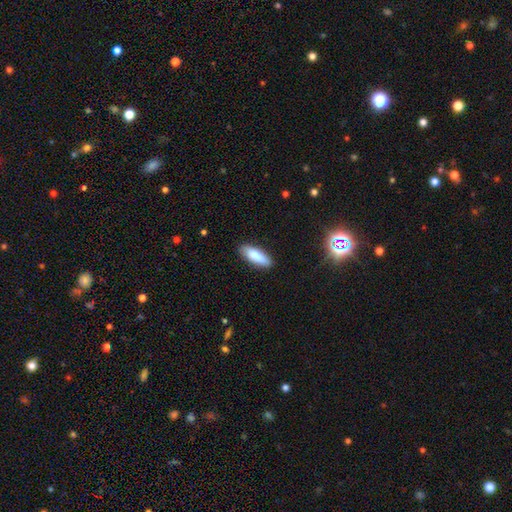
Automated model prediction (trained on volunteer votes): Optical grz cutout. It shows a smooth galaxy with no disk features (85%) that is in between round and cigar-shaped (63%). Merging: none (88%).